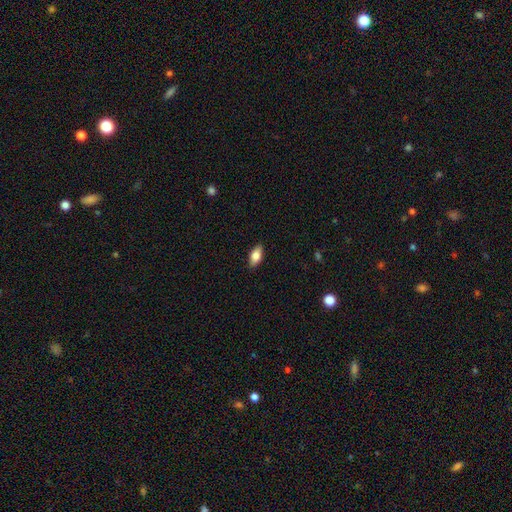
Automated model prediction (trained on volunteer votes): Smooth or featured?
  - smooth: 81% *
  - featured or disk: 12%
  - star or artifact: 7%
How rounded?
  - in between: 88% *
  - cigar-shaped: 8%
  - round: 3%
Merging?
  - none: 88% *
  - minor disturbance: 9%
  - major disturbance: 2%
  - merger: 1%